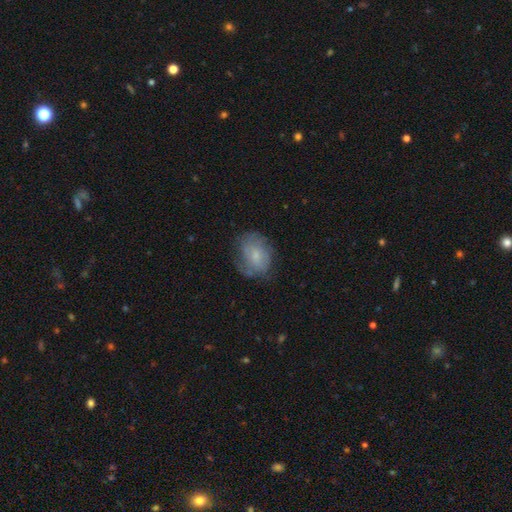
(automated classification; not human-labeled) The model was most divided on "smooth or featured": smooth: 58%, featured or disk: 34%, star or artifact: 8%. More confident: how rounded — in between (62%); merging — none (56%).